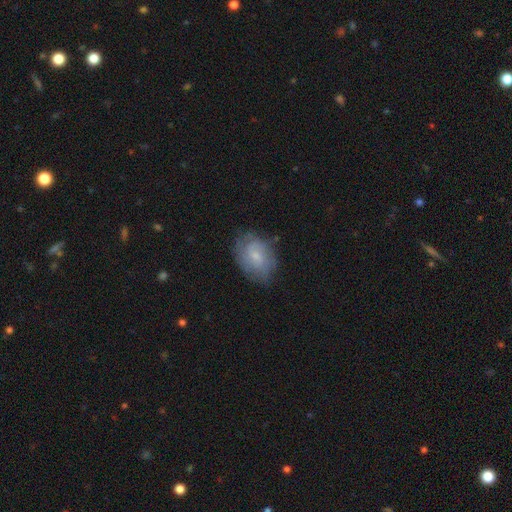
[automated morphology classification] This is possibly a featured or disk galaxy (49%). Merging: likely none (70%).